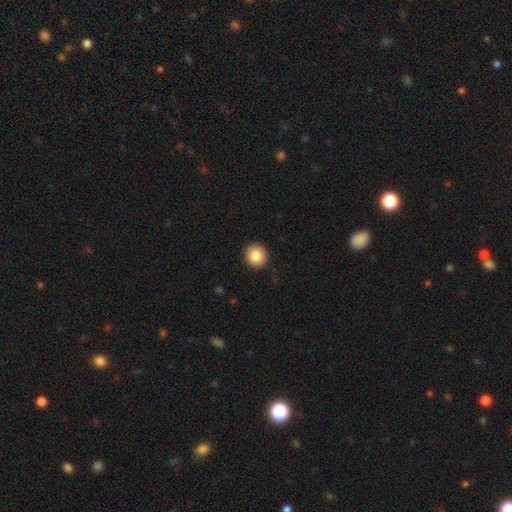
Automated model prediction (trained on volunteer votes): Smooth or featured?
  - smooth: 85% *
  - star or artifact: 8%
  - featured or disk: 6%
How rounded?
  - round: 92% *
  - in between: 7%
  - cigar-shaped: 1%
Merging?
  - none: 92% *
  - minor disturbance: 5%
  - major disturbance: 1%
  - merger: 1%